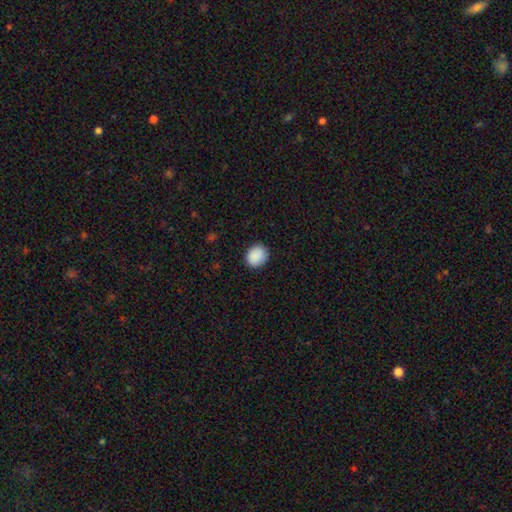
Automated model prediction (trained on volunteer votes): Q: Smooth or featured?
A: smooth (90%); runner-up: star or artifact (7%)
Q: How rounded?
A: round (67%); runner-up: in between (33%)
Q: Merging?
A: none (88%); runner-up: minor disturbance (9%)